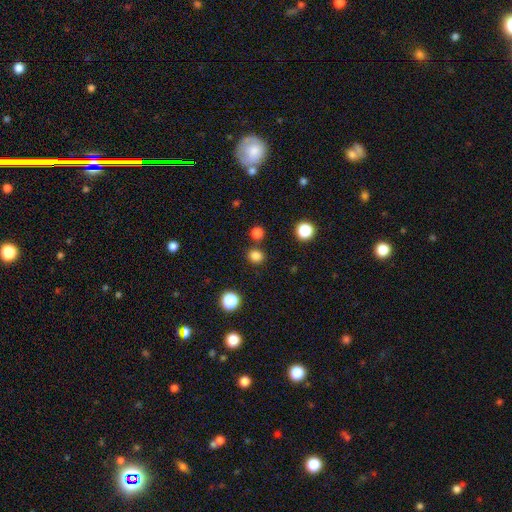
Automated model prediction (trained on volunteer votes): Q: Smooth or featured?
A: smooth (81%); runner-up: star or artifact (15%)
Q: How rounded?
A: round (83%); runner-up: in between (16%)
Q: Merging?
A: none (81%); runner-up: merger (8%)